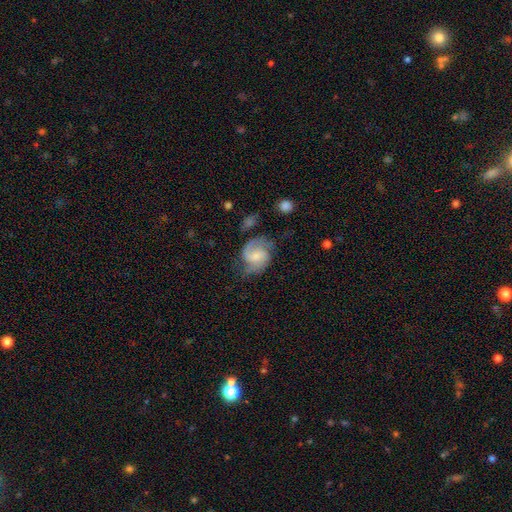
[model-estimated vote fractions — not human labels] Smooth or featured? featured or disk (75%)
Edge-on disk? no (98%)
Bar? no (45%, tied with weak)
Spiral arms? yes (94%)
Spiral winding? medium (50%)
Spiral arm count? 2 (81%)
Bulge size? small (35%)
Merging? none (55%)